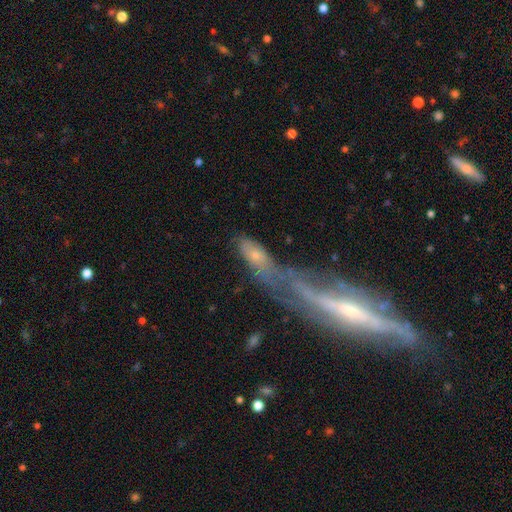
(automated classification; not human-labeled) Morphology: type=smooth (48%); merging=merger (40%).